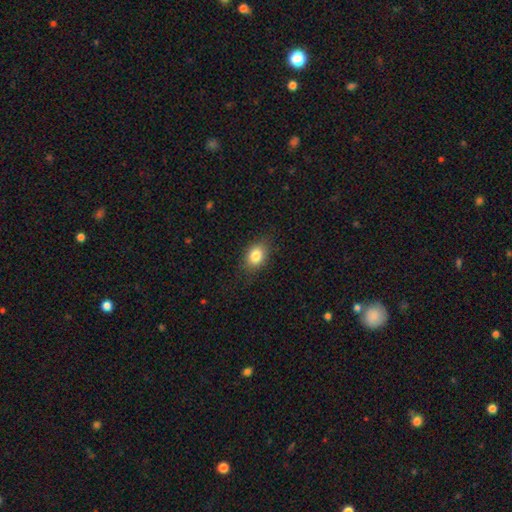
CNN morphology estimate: Smooth or featured: smooth — 83% (star or artifact — 9%)
How rounded: in between — 72% (round — 27%)
Merging: none — 83% (minor disturbance — 13%)